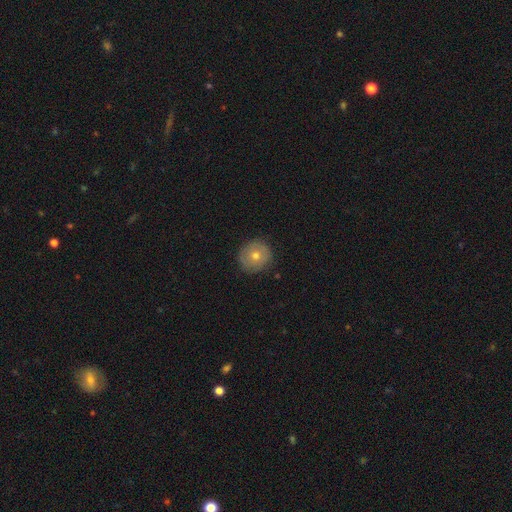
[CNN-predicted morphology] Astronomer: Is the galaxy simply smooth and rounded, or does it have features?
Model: smooth — 58%.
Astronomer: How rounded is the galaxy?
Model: round — 93%.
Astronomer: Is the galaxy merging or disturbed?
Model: none — 87%.